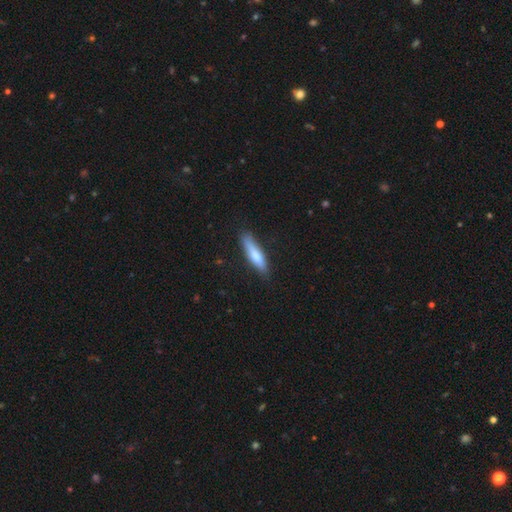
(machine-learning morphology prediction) Overall: smooth (72%). How rounded: cigar-shaped (78%). Merging: none (80%).